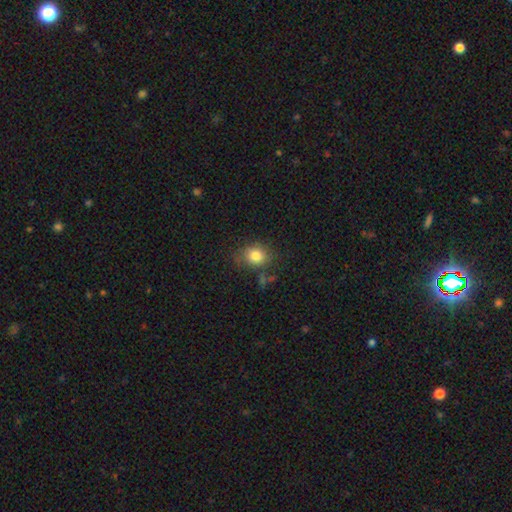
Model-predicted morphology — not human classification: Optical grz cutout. It shows a smooth galaxy with no disk features (81%) that is round (64%). Merging: none (70%).